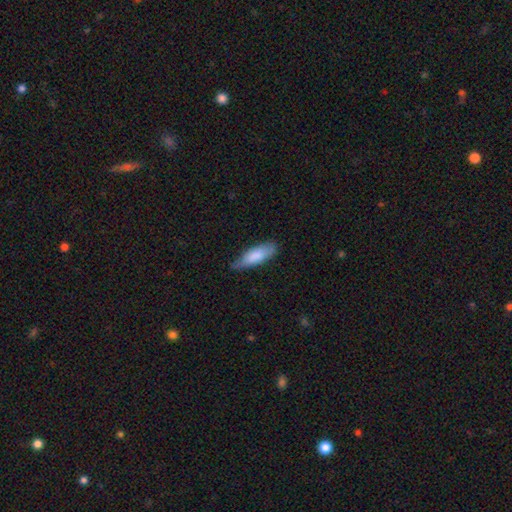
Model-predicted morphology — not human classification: Overall: smooth (79%). How rounded: in between (59%; cigar-shaped 39%). Merging: none (66%; minor disturbance 28%).